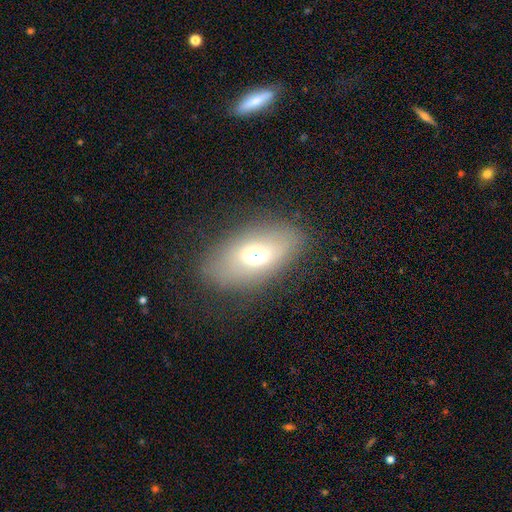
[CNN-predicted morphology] smooth-or-featured: smooth: 58% | featured or disk: 28% | star or artifact: 13%
  how-rounded: in between: 85% | round: 10% | cigar-shaped: 5%
  merging: none: 72% | minor disturbance: 16% | major disturbance: 9% | merger: 2%